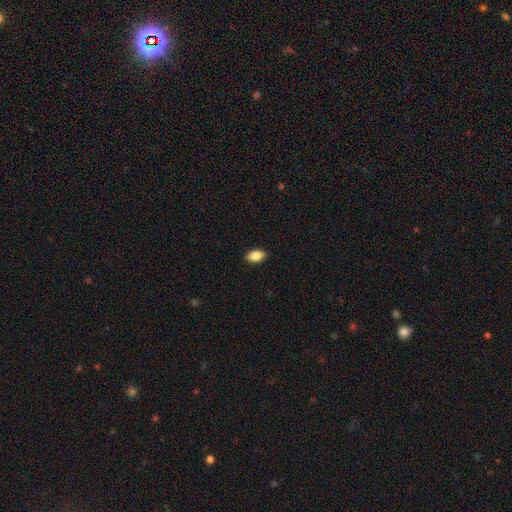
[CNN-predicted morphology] Smooth or featured: smooth — 84% (featured or disk — 9%)
How rounded: in between — 90% (round — 6%)
Merging: none — 88% (minor disturbance — 9%)